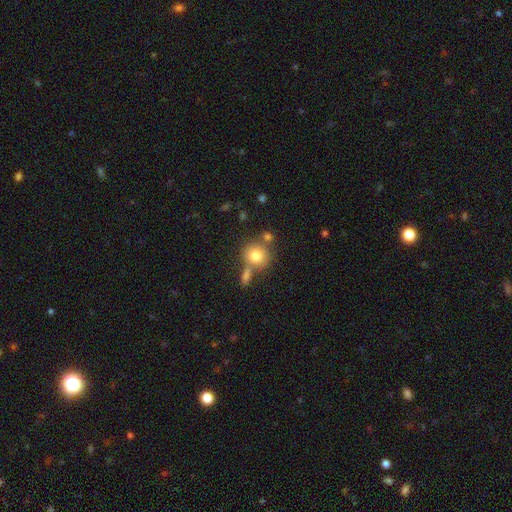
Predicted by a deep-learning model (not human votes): Q: Smooth or featured?
A: smooth (78%); runner-up: featured or disk (12%)
Q: How rounded?
A: round (86%); runner-up: in between (13%)
Q: Merging?
A: none (59%); runner-up: merger (25%)